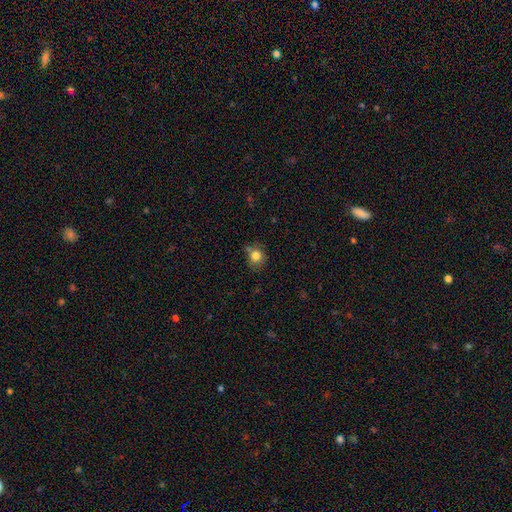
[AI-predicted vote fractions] Q: Smooth or featured?
A: smooth (81%); runner-up: star or artifact (11%)
Q: How rounded?
A: round (79%); runner-up: in between (20%)
Q: Merging?
A: none (63%); runner-up: minor disturbance (23%)